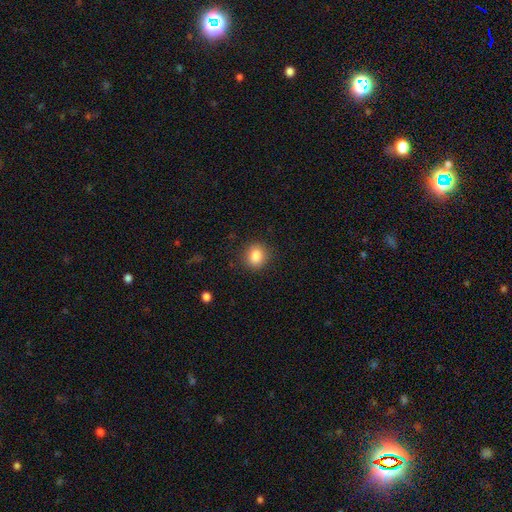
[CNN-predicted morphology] This appears to be a smooth galaxy with no disk features (85%) that is round (67%). Merging: none (87%).